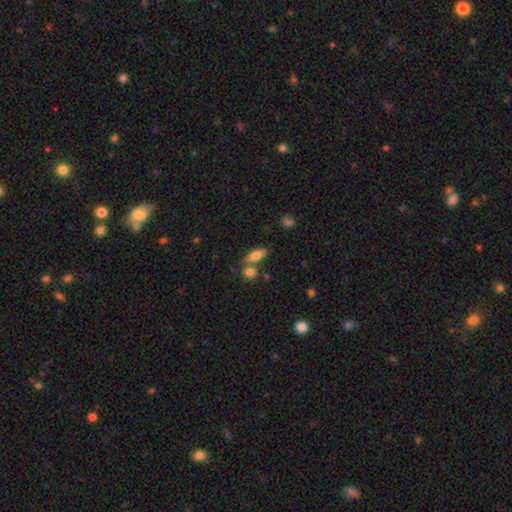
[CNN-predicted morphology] Smooth or featured? smooth (74%)
How rounded? in between (71%)
Merging? none (60%)